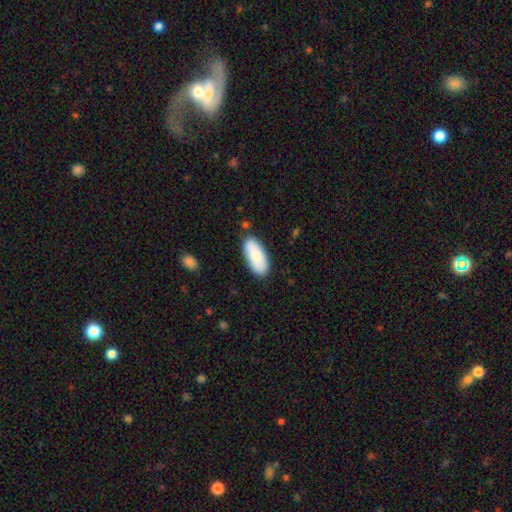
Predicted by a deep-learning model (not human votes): smooth-or-featured: smooth: 79% | featured or disk: 15% | star or artifact: 6%
  how-rounded: in between: 87% | cigar-shaped: 11% | round: 2%
  merging: none: 84% | minor disturbance: 12% | major disturbance: 2% | merger: 2%